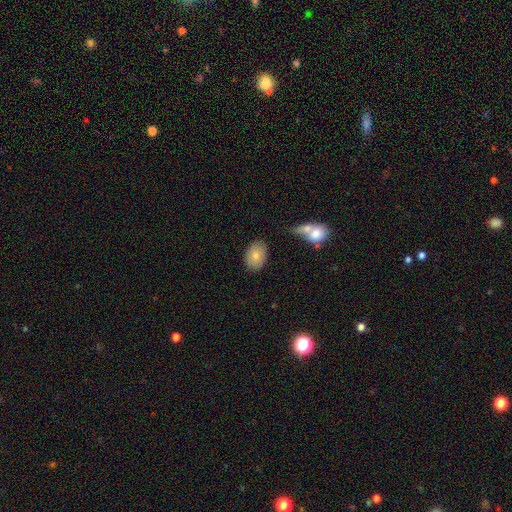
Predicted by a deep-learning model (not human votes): This appears to be a smooth galaxy with no disk features (80%) that is in between round and cigar-shaped (83%). Merging: none (78%).